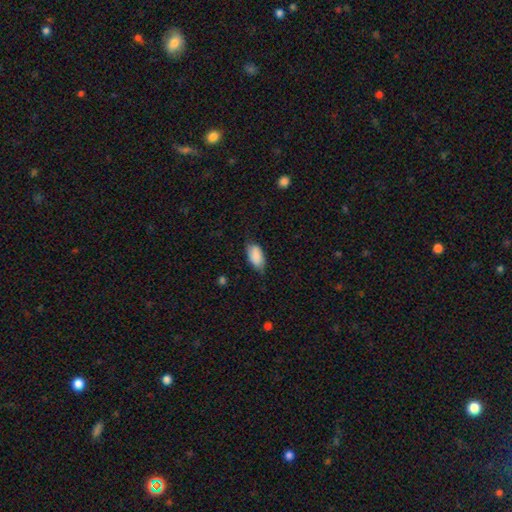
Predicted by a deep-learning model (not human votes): Smooth or featured? smooth (86%)
How rounded? in between (93%)
Merging? none (65%)